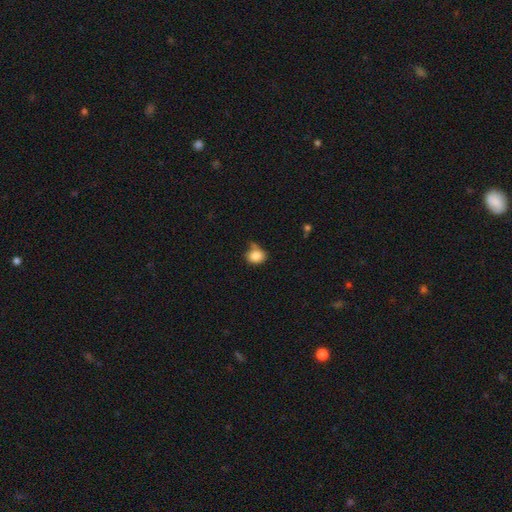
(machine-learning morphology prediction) This appears to be a smooth galaxy with no disk features (85%) that is round (58%). Merging: none (59%).